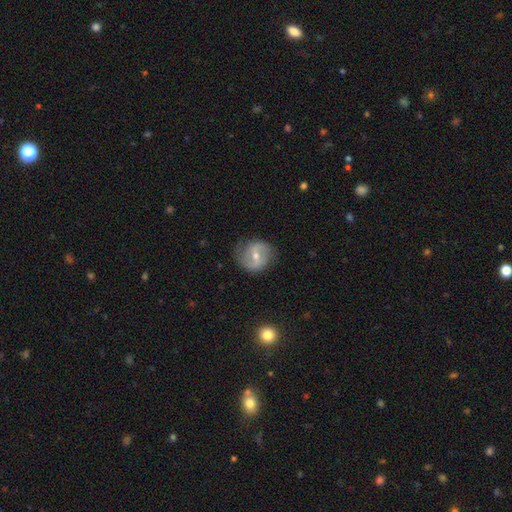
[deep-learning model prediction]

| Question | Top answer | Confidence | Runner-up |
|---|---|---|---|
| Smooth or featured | featured or disk | 71% | smooth (23%) |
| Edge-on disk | no | 97% | yes (3%) |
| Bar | weak | 48% | strong (36%) |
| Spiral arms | yes | 83% | no (17%) |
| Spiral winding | medium | 45% | loose (36%) |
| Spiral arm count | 2 | 86% | can't tell (8%) |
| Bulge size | moderate | 52% | small (44%) |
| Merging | none | 77% | minor disturbance (16%) |